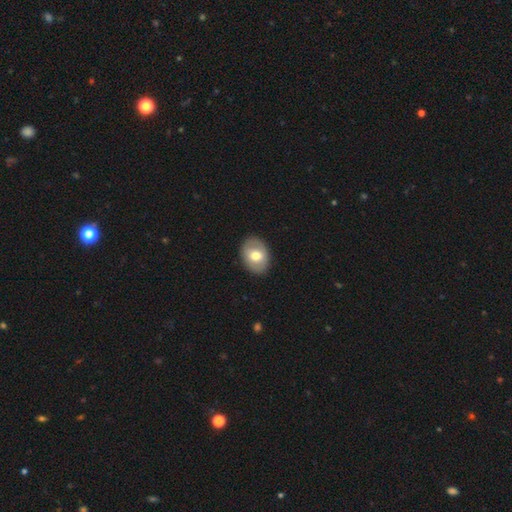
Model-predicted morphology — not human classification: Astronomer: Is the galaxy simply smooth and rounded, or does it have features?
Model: smooth — 62%.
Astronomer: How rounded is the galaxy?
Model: in between — 67%.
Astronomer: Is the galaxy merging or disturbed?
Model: none — 87%.